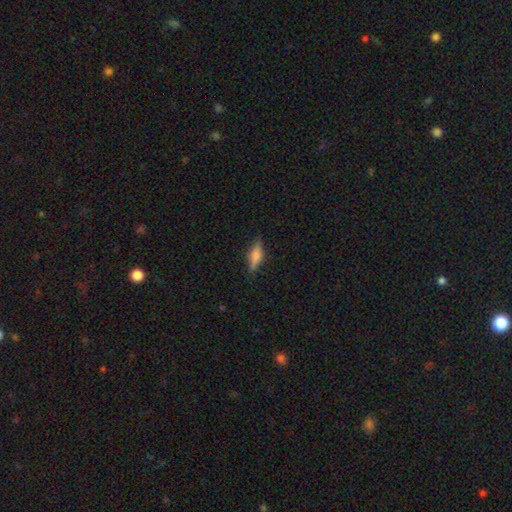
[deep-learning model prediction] smooth-or-featured: smooth: 58% | featured or disk: 35% | star or artifact: 8%
  how-rounded: cigar-shaped: 51% | in between: 46% | round: 3%
  merging: none: 83% | minor disturbance: 14% | major disturbance: 3% | merger: 1%